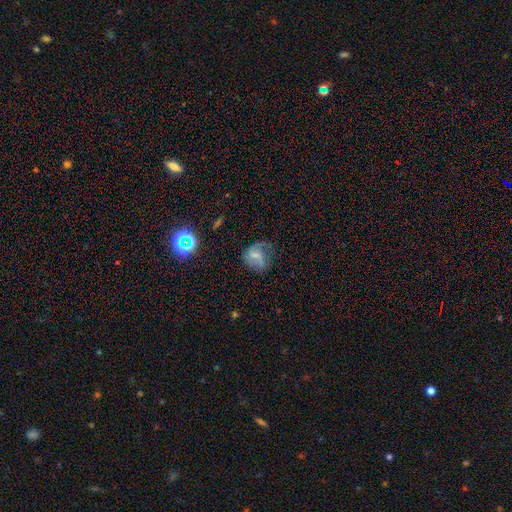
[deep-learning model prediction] smooth_or_featured: featured or disk (p=0.45) [alt: smooth p=0.41]
merging: none (p=0.46) [alt: minor disturbance p=0.28]